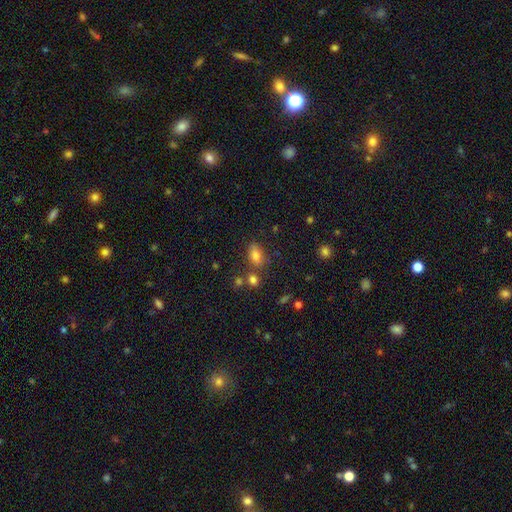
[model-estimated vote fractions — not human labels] smooth 79%, star or artifact 12%, featured or disk 9%. Down the decision tree: how rounded — in between (85%); merging — none (69%).